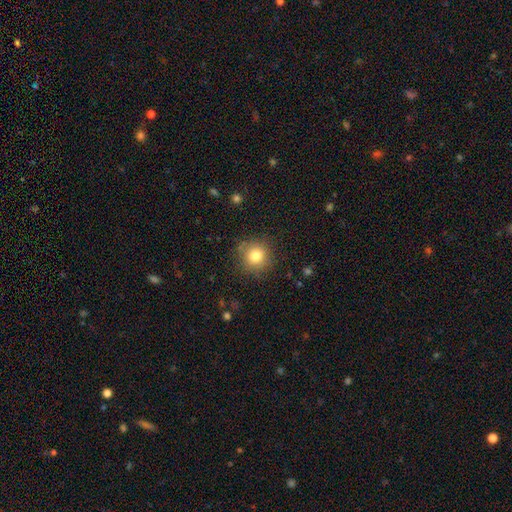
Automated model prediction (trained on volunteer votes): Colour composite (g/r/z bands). It shows a smooth galaxy with no disk features (81%) that is round (92%). Merging: none (84%).